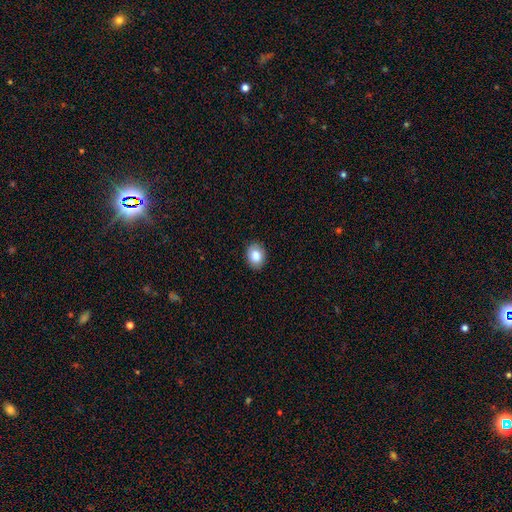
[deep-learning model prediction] Overall: smooth (85%). How rounded: in between (63%; round 36%). Merging: none (88%).